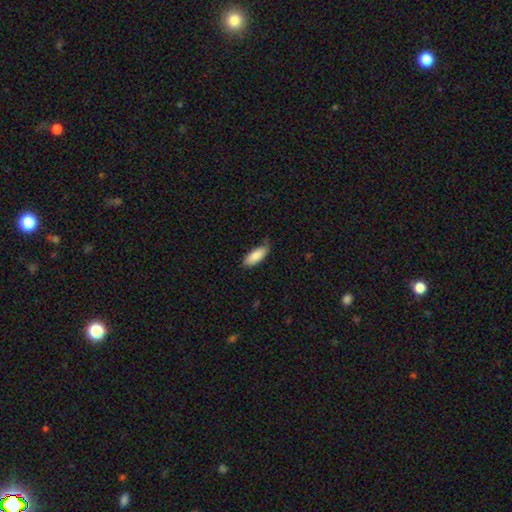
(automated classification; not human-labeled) Smooth or featured?
  - smooth: 88% *
  - featured or disk: 6%
  - star or artifact: 6%
How rounded?
  - in between: 79% *
  - cigar-shaped: 19%
  - round: 2%
Merging?
  - none: 73% *
  - minor disturbance: 22%
  - major disturbance: 3%
  - merger: 1%